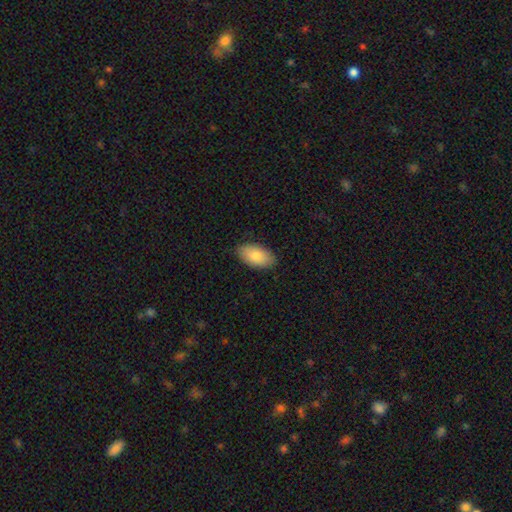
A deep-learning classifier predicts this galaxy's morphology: smooth-or-featured: smooth: 83% | featured or disk: 11% | star or artifact: 6%
  how-rounded: in between: 94% | round: 4% | cigar-shaped: 2%
  merging: none: 86% | minor disturbance: 11% | major disturbance: 2% | merger: 1%